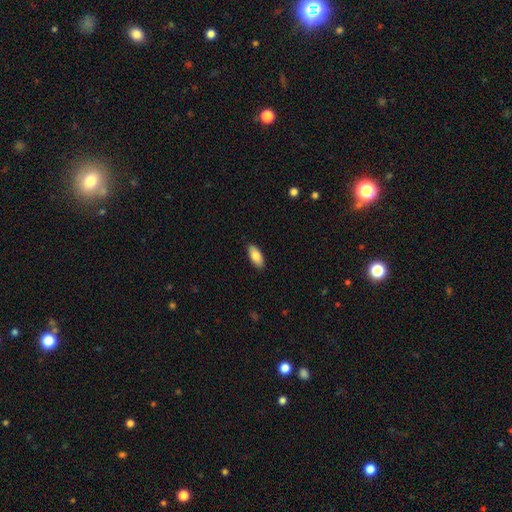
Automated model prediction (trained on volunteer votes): Overall: smooth (85%). How rounded: in between (87%). Merging: none (89%).